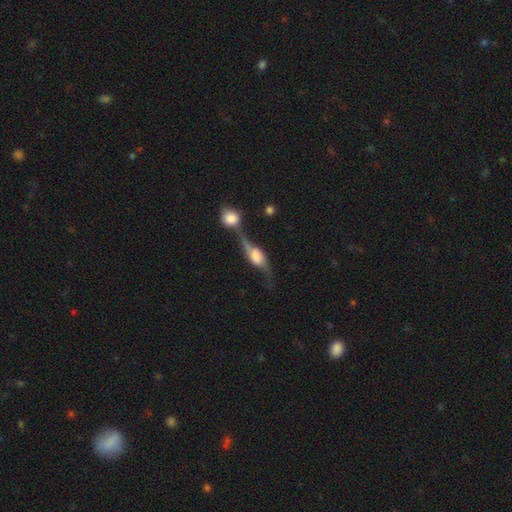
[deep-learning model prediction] A featured or disk galaxy (67%) viewed edge-on (61%).

Vote fractions:
- Smooth or featured? featured or disk: 67% / smooth: 25% / star or artifact: 7%
- Edge-on disk? yes: 61% / no: 39%
- Merging? merger: 46% / none: 27% / minor disturbance: 14% / major disturbance: 13%